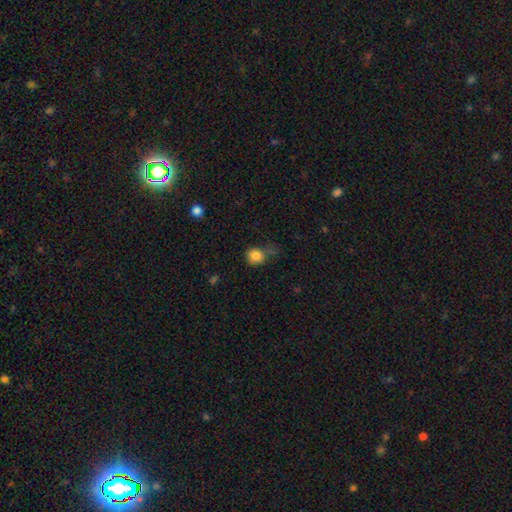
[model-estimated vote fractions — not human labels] smooth 84%, star or artifact 11%, featured or disk 6%. Down the decision tree: how rounded — round (84%); merging — none (53%).